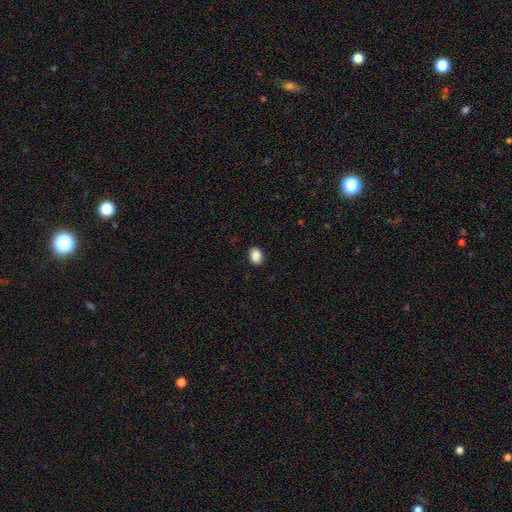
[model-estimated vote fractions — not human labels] Overall: smooth (89%). How rounded: in between (72%). Merging: none (88%).